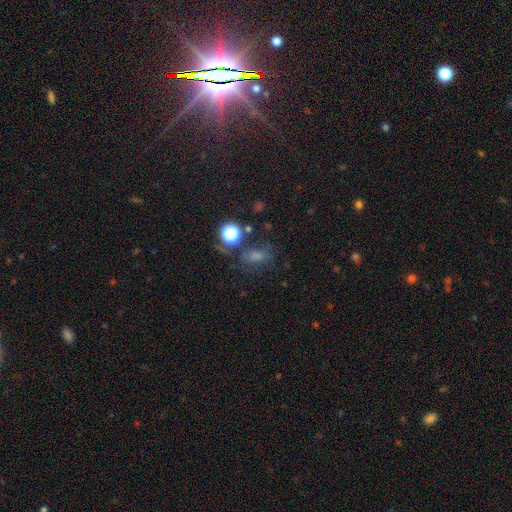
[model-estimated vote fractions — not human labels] Morphology: type=smooth (46%); merging=none (63%).